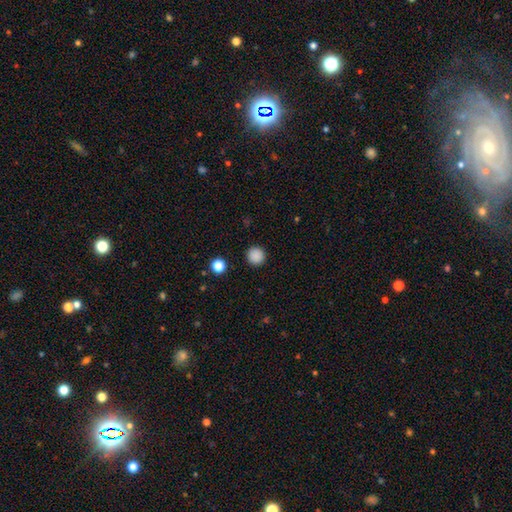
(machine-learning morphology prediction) Smooth or featured: smooth — 87% (star or artifact — 11%)
How rounded: round — 96% (in between — 3%)
Merging: none — 92% (minor disturbance — 5%)